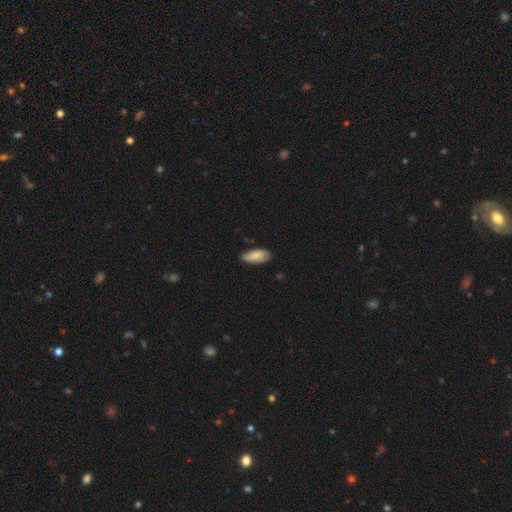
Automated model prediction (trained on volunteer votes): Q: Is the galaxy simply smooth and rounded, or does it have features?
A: smooth — 80%.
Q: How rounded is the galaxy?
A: in between — 84%.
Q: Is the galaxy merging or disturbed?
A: none — 76%.